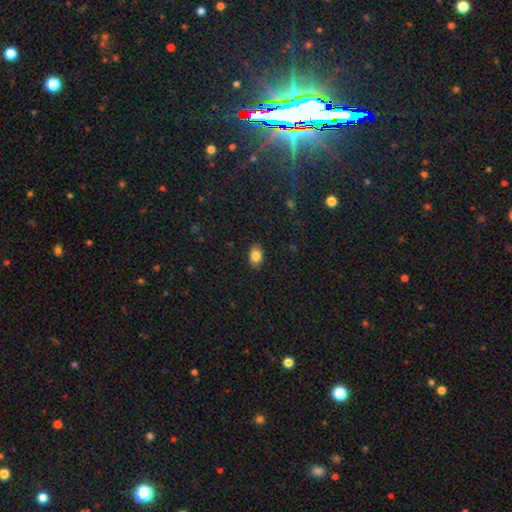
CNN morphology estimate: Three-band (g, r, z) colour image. It shows a smooth galaxy with no disk features (85%) that is in between round and cigar-shaped (85%). Merging: none (88%).